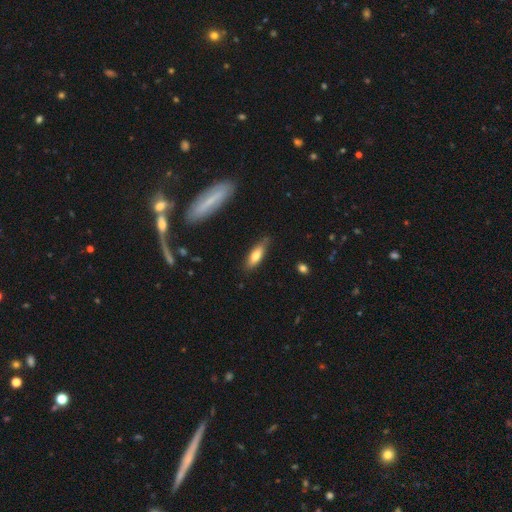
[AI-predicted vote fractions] Morphology: type=smooth (71%); roundness=in between (54%); merging=none (79%).